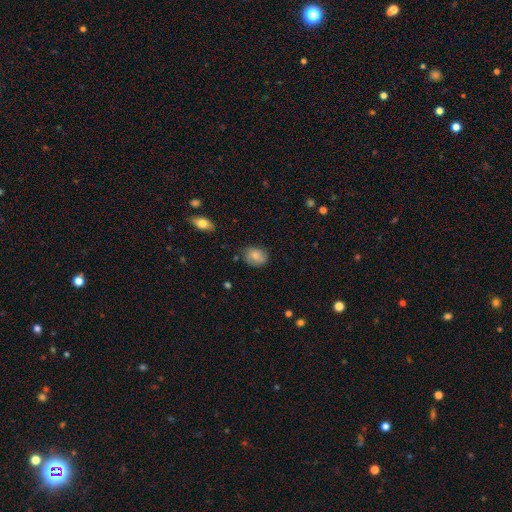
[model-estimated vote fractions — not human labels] smooth 73%, featured or disk 19%, star or artifact 8%. Down the decision tree: how rounded — in between (50%); merging — none (68%).